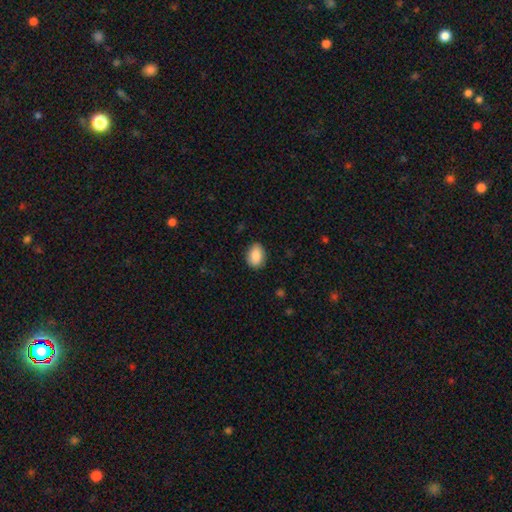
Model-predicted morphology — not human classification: A smooth galaxy with no disk features (87%) that is in between round and cigar-shaped (76%). Merging: none (86%).